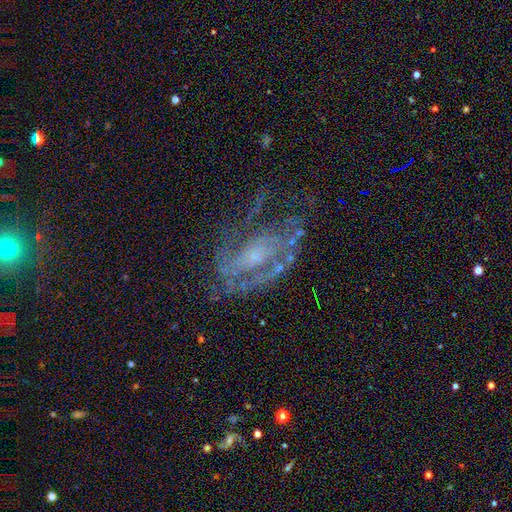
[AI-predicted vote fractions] A featured or disk galaxy (70%) with no bar (60%), spiral arms (75%) and a small central bulge (53%).

Vote fractions:
- Smooth or featured? featured or disk: 70% / star or artifact: 18% / smooth: 12%
- Edge-on disk? no: 94% / yes: 6%
- Bar? no: 60% / weak: 31% / strong: 10%
- Spiral arms? yes: 75% / no: 25%
- Bulge size? small: 53% / moderate: 29% / none: 13% / large: 4% / dominant: 2%
- Merging? none: 51% / major disturbance: 25% / minor disturbance: 21% / merger: 3%